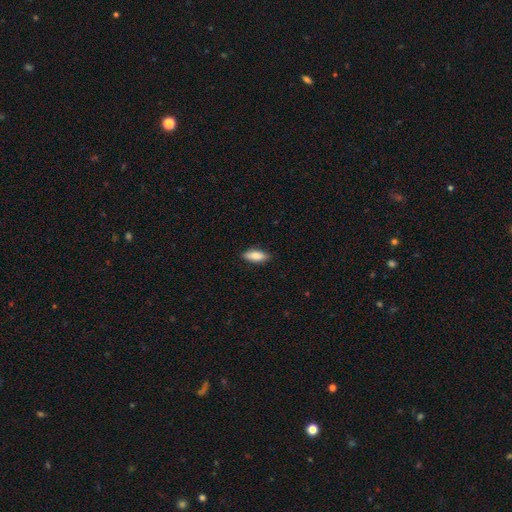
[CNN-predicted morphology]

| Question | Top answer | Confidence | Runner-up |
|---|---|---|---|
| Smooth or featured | smooth | 81% | featured or disk (13%) |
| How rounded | in between | 76% | cigar-shaped (22%) |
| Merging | none | 88% | minor disturbance (9%) |